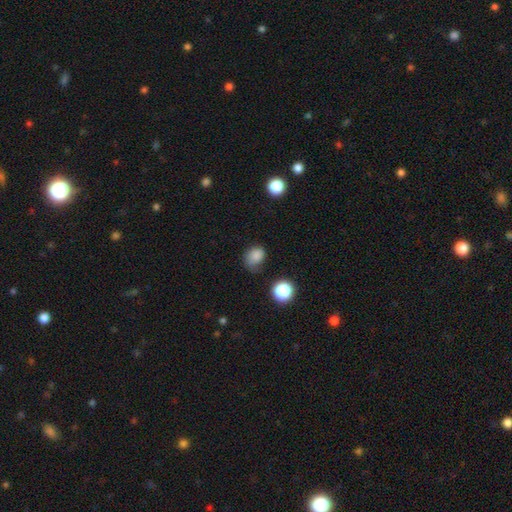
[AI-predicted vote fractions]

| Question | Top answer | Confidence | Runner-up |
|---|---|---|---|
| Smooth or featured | smooth | 82% | star or artifact (12%) |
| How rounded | in between | 51% | round (48%) |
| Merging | none | 48% | minor disturbance (33%) |